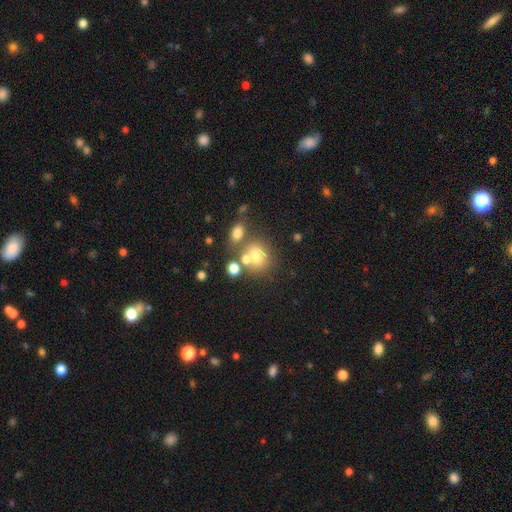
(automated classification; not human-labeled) Smooth or featured? Predicted: smooth (p=0.69). How rounded? Predicted: round (p=0.63). Merging? Predicted: none (p=0.49).